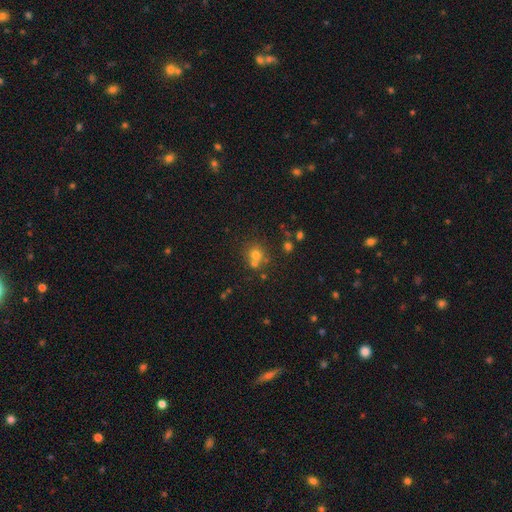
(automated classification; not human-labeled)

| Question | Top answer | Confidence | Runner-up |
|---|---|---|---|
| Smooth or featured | smooth | 67% | star or artifact (20%) |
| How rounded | round | 84% | in between (15%) |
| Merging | none | 54% | merger (34%) |